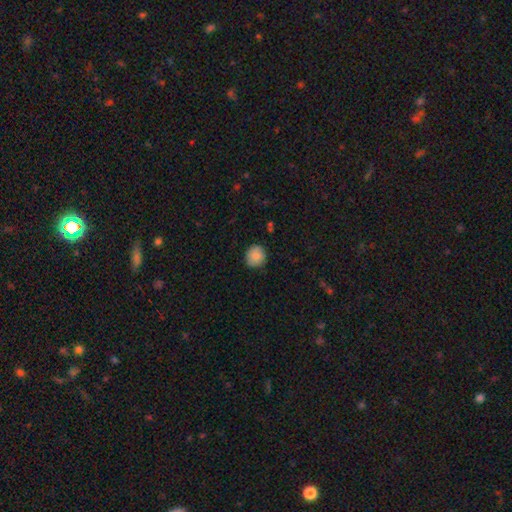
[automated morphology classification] A smooth galaxy with no disk features (84%) that is round (82%). Merging: none (82%).